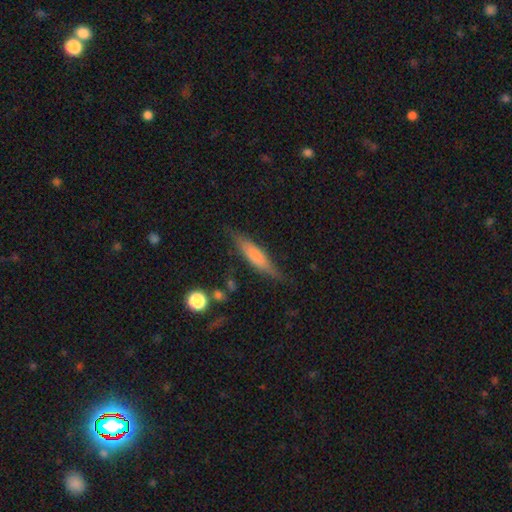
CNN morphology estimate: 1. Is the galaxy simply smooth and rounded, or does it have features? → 60% smooth, 32% featured or disk, 7% star or artifact.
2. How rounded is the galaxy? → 75% cigar-shaped, 22% in between, 2% round.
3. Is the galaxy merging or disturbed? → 76% none, 17% minor disturbance, 5% major disturbance, 2% merger.